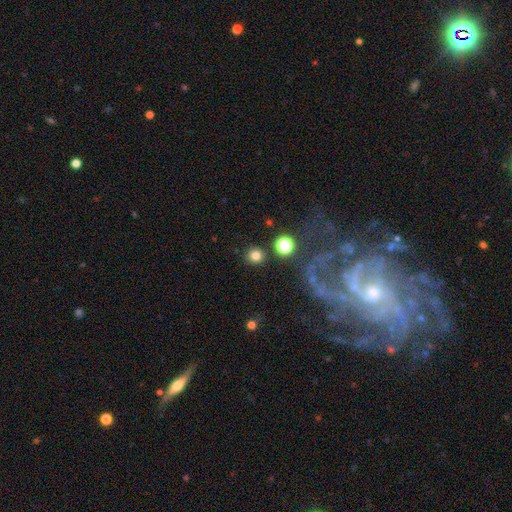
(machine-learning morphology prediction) type=smooth (78%); roundness=round (93%); merging=none (88%).